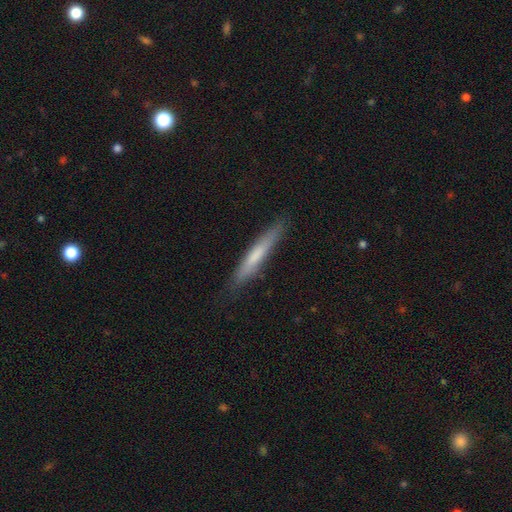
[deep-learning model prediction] Smooth or featured? Predicted: smooth (p=0.63). How rounded? Predicted: cigar-shaped (p=0.94). Merging? Predicted: none (p=0.84).